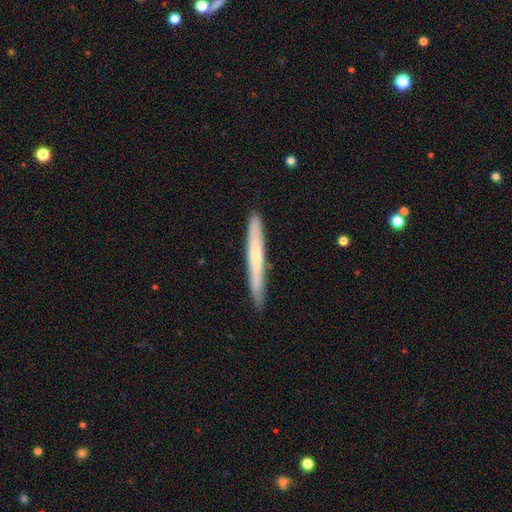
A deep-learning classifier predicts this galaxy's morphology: smooth-or-featured: smooth: 55% | featured or disk: 40% | star or artifact: 5%
  how-rounded: cigar-shaped: 97% | in between: 2% | round: 1%
  merging: none: 88% | minor disturbance: 9% | major disturbance: 1% | merger: 1%